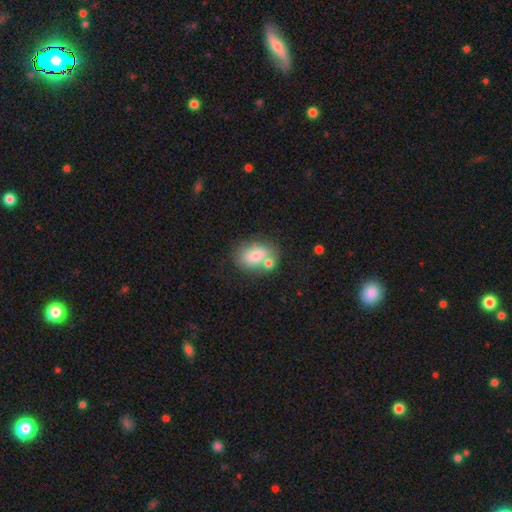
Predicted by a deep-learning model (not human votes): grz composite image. It shows a smooth galaxy with no disk features (73%) that is in between round and cigar-shaped (80%). Merging: none (52%).